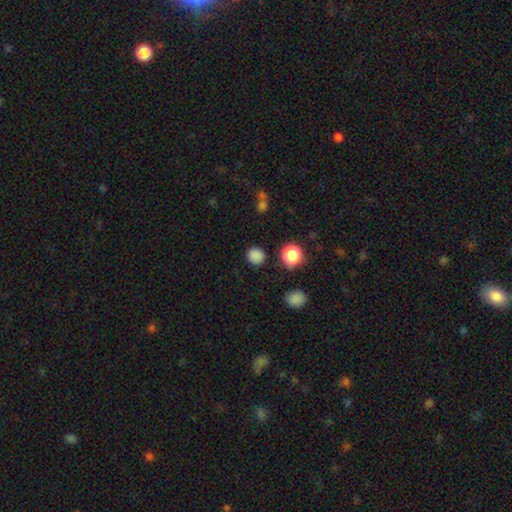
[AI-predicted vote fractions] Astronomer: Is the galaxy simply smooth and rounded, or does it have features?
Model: smooth — 82%.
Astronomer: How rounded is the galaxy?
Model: round — 88%.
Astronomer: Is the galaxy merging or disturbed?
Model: none — 87%.